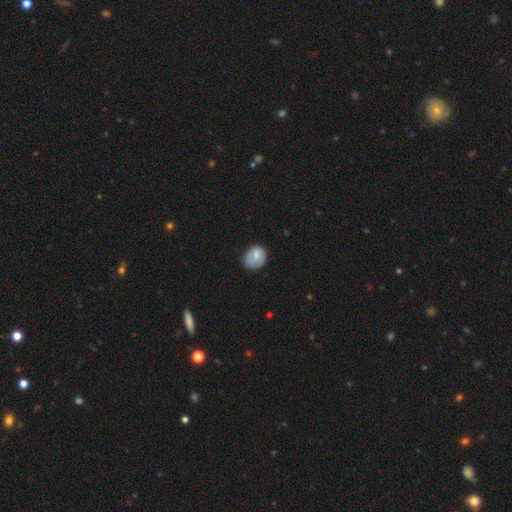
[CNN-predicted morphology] This appears to be a smooth galaxy with no disk features (75%) that is round (59%). Merging: none (61%).